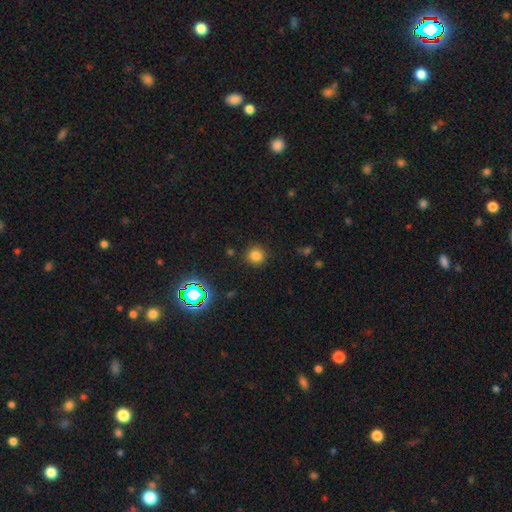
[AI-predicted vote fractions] The model was most divided on "smooth or featured": smooth: 79%, star or artifact: 15%, featured or disk: 6%. More confident: how rounded — round (92%); merging — none (89%).